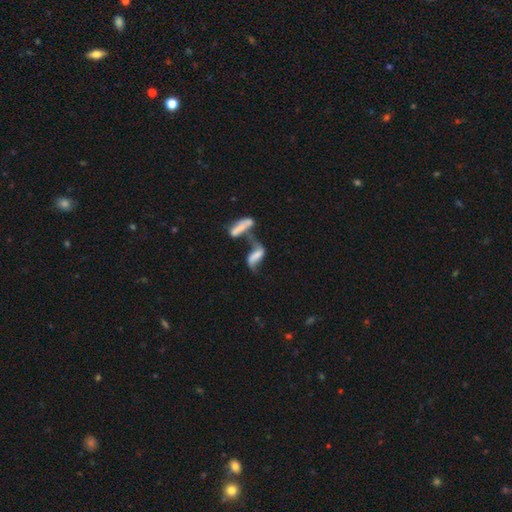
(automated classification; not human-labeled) Smooth or featured: featured or disk — 54% (smooth — 35%)
Edge-on disk: no — 88% (yes — 12%)
Merging: merger — 58% (none — 17%)